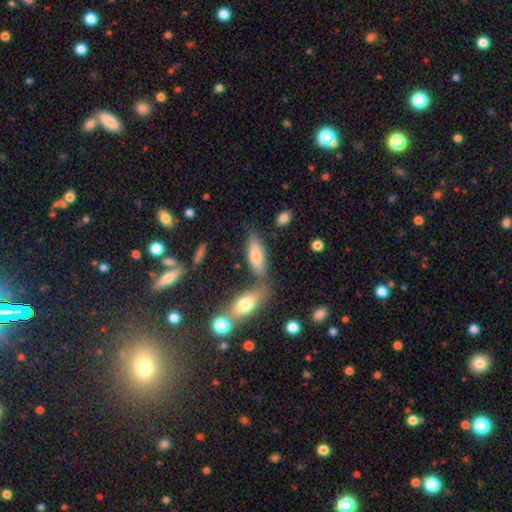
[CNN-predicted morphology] This is likely a smooth galaxy (71%). How rounded: likely in between (63%). Merging: likely none (61%).